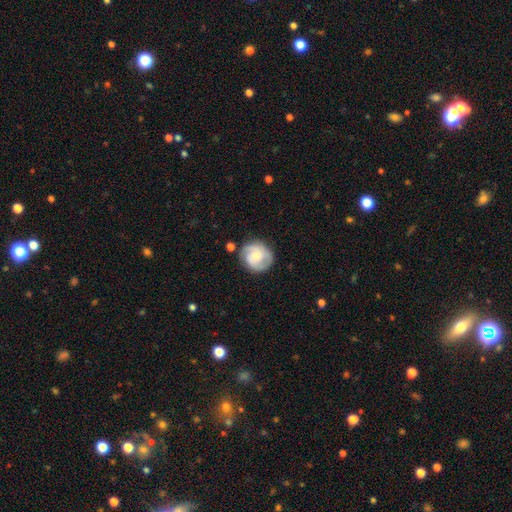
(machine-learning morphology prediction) smooth_or_featured: featured or disk (p=0.56) [alt: smooth p=0.37]
disk_edge_on: no (p=0.98) [alt: yes p=0.02]
bar: no (p=0.63) [alt: weak p=0.31]
has_spiral_arms: yes (p=0.88) [alt: no p=0.12]
bulge_size: small (p=0.49) [alt: moderate p=0.34]
merging: none (p=0.75) [alt: minor disturbance p=0.16]